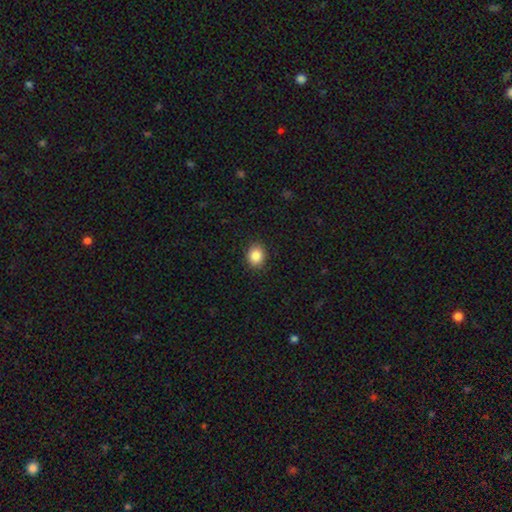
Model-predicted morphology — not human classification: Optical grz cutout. It shows a smooth galaxy with no disk features (86%) that is round (68%). Merging: none (91%).